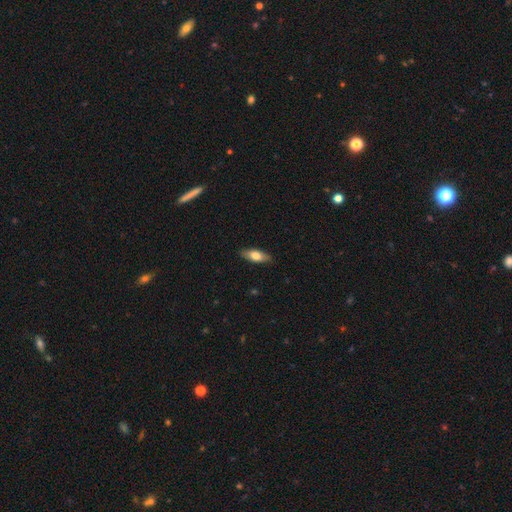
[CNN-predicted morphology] smooth 67%, featured or disk 27%, star or artifact 6%. Down the decision tree: how rounded — in between (72%); merging — none (87%).